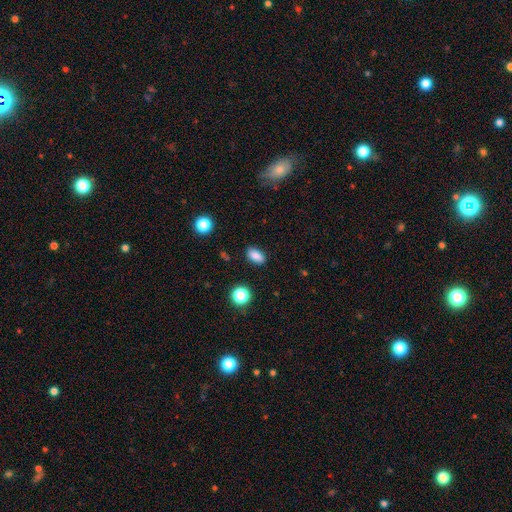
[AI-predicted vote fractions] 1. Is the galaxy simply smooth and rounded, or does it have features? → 84% smooth, 11% star or artifact, 5% featured or disk.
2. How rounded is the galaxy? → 88% in between, 8% round, 4% cigar-shaped.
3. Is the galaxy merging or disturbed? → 88% none, 9% minor disturbance, 2% major disturbance, 1% merger.